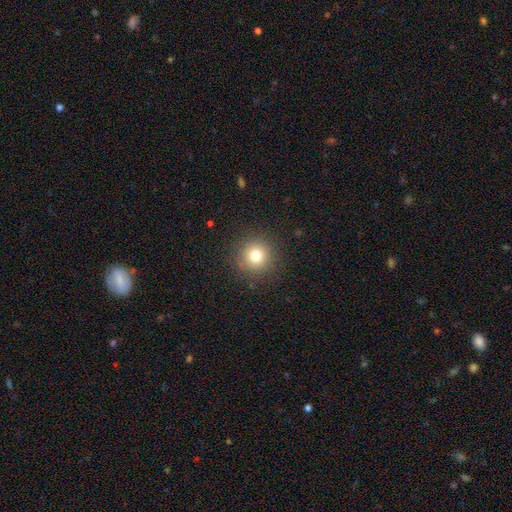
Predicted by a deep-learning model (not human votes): smooth 77%, star or artifact 14%, featured or disk 9%. Down the decision tree: how rounded — round (95%); merging — none (89%).